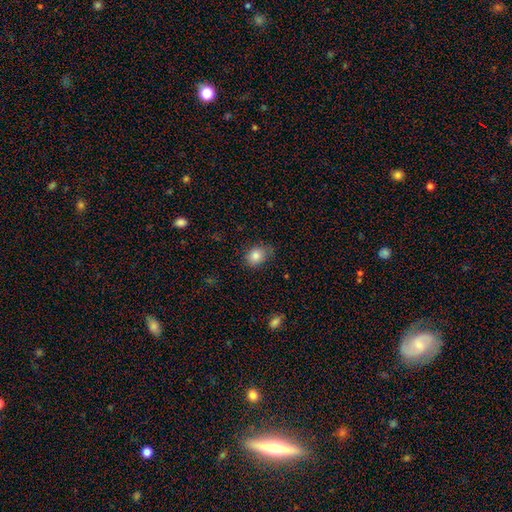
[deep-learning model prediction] A smooth galaxy with no disk features (83%) that is in between round and cigar-shaped (51%). Merging: none (69%).